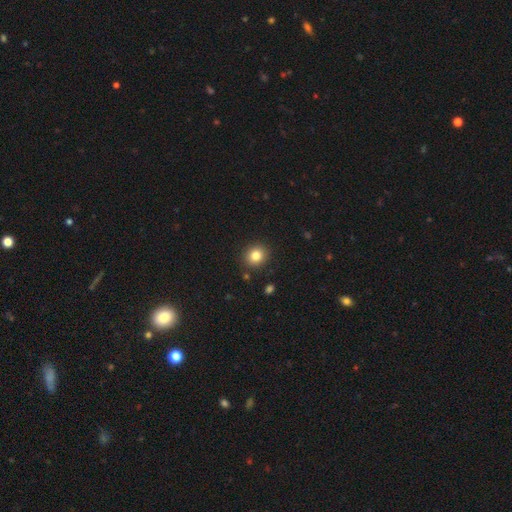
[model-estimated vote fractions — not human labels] Morphology: type=smooth (83%); roundness=round (82%); merging=none (90%).